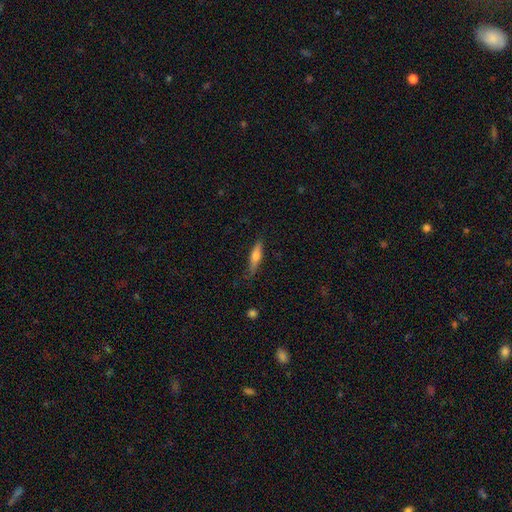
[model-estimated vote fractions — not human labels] Overall: smooth (58%; featured or disk 36%). How rounded: cigar-shaped (78%). Merging: none (77%).